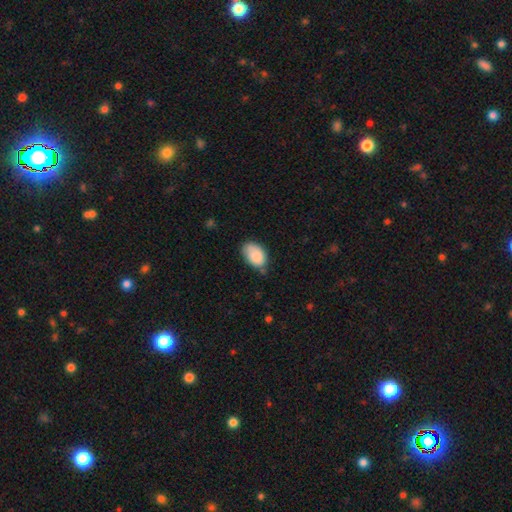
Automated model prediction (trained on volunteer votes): Smooth or featured? Predicted: smooth (p=0.87). How rounded? Predicted: in between (p=0.88). Merging? Predicted: none (p=0.61).